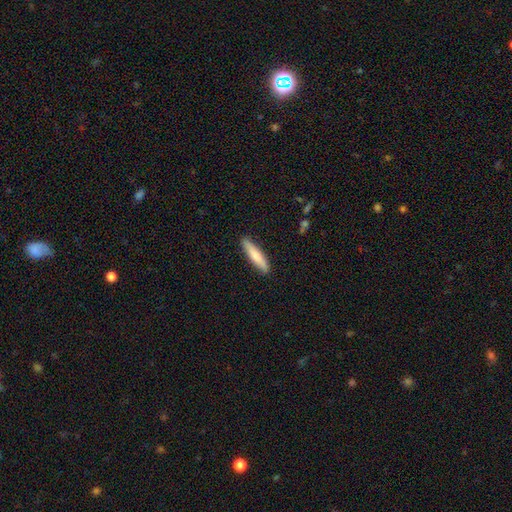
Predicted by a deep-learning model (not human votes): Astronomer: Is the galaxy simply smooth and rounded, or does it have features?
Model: smooth — 77%.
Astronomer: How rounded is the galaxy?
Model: cigar-shaped — 85%.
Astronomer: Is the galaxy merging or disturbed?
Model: none — 89%.